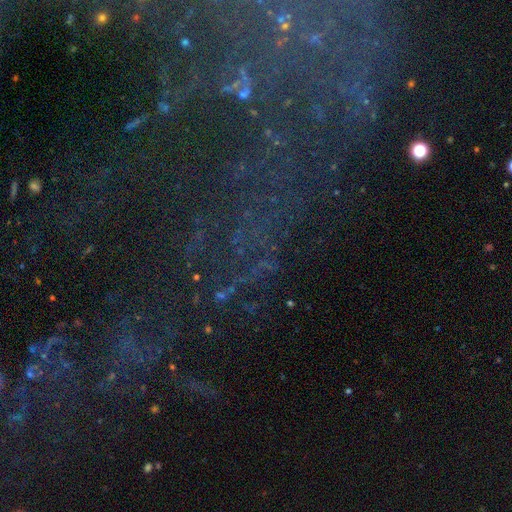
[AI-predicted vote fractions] smooth_or_featured: star or artifact (p=0.66) [alt: featured or disk p=0.21]